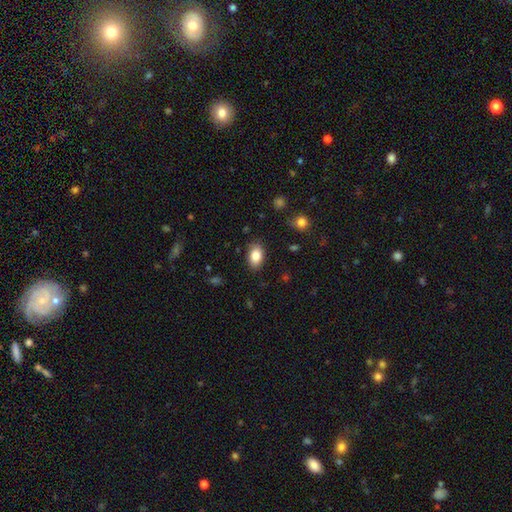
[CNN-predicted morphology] smooth-or-featured: smooth: 84% | featured or disk: 8% | star or artifact: 8%
  how-rounded: in between: 88% | round: 10% | cigar-shaped: 1%
  merging: none: 85% | minor disturbance: 11% | major disturbance: 3% | merger: 1%